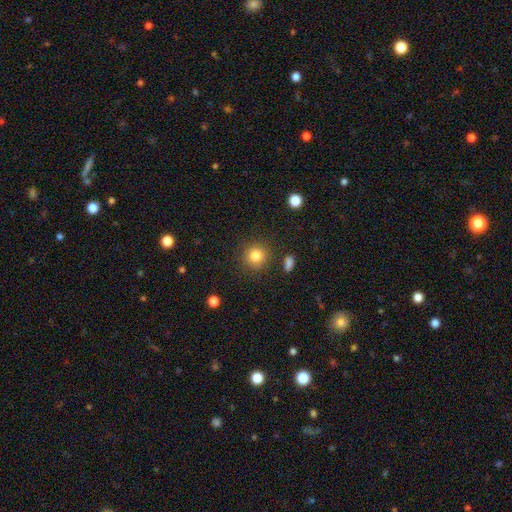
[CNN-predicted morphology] The model was most divided on "smooth or featured": smooth: 83%, star or artifact: 11%, featured or disk: 6%. More confident: how rounded — round (91%); merging — none (86%).